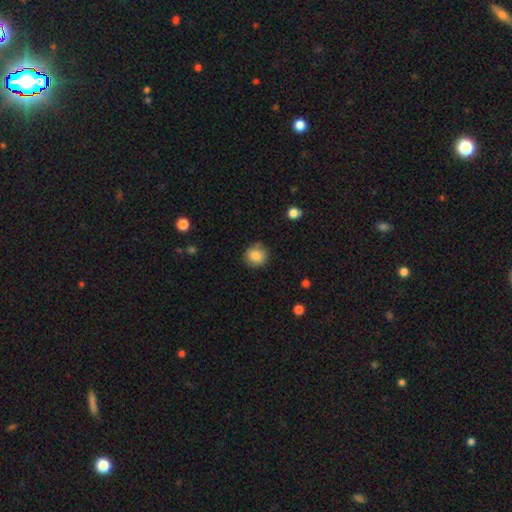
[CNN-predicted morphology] Smooth or featured? smooth (85%)
How rounded? round (90%)
Merging? none (85%)